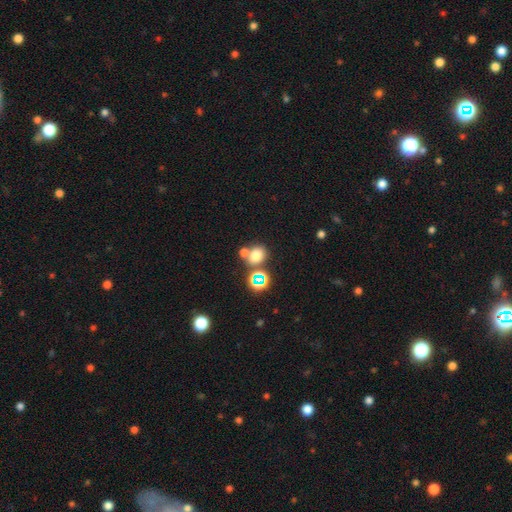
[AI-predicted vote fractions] Smooth or featured: smooth — 69% (star or artifact — 22%)
How rounded: round — 66% (in between — 33%)
Merging: none — 55% (merger — 31%)